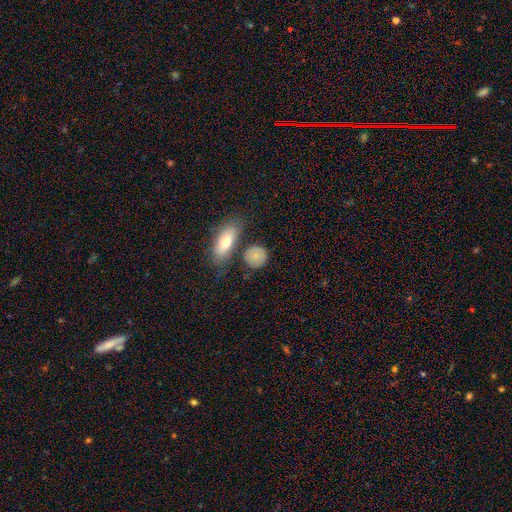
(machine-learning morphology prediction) This appears to be a smooth galaxy with no disk features (80%) that is round (76%). Merging: none (72%).